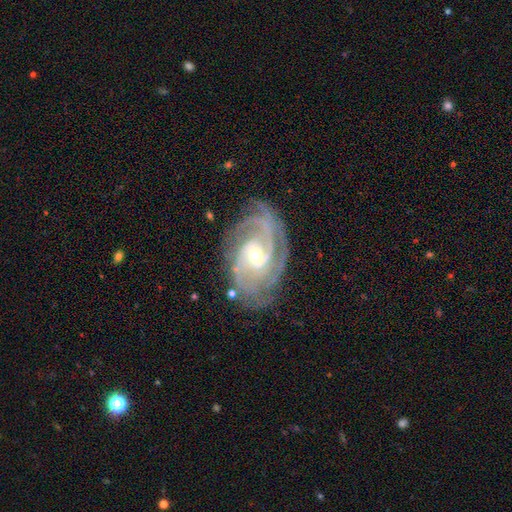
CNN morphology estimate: smooth-or-featured: featured or disk: 92% | star or artifact: 5% | smooth: 4%
  disk-edge-on: no: 96% | yes: 4%
    bar: no: 56% | weak: 33% | strong: 11%
    has-spiral-arms: yes: 98% | no: 2%
      spiral-winding: tight: 60% | medium: 34% | loose: 6%
      spiral-arm-count: 3: 33% | 2: 29% | can't tell: 13% | 4: 13% | more than 4: 6% | 1: 6%
    bulge-size: moderate: 52% | small: 44% | large: 2% | none: 1% | dominant: 1%
  merging: none: 76% | minor disturbance: 16% | major disturbance: 6% | merger: 1%